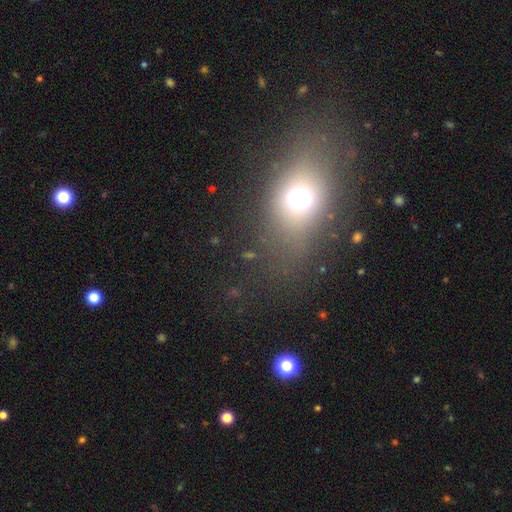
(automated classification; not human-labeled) Smooth or featured?
  - smooth: 56% *
  - star or artifact: 22%
  - featured or disk: 22%
How rounded?
  - in between: 66% *
  - round: 27%
  - cigar-shaped: 6%
Merging?
  - none: 75% *
  - minor disturbance: 14%
  - major disturbance: 8%
  - merger: 2%